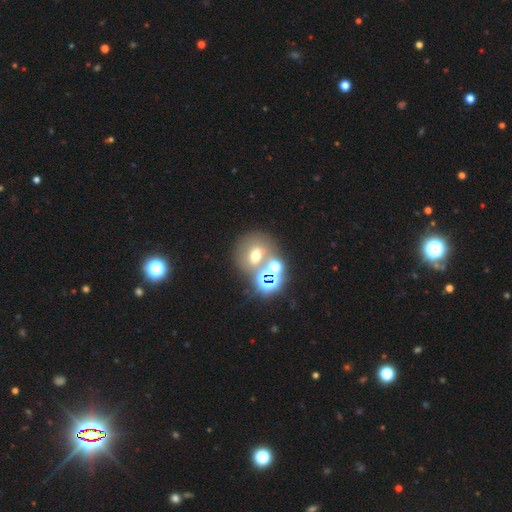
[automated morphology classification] Q: Smooth or featured?
A: smooth (46%); runner-up: star or artifact (33%)
Q: Merging?
A: none (54%); runner-up: merger (31%)